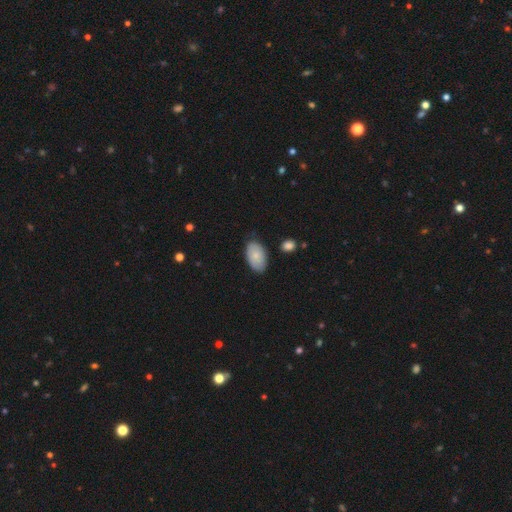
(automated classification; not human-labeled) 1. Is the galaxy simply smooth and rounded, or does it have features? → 80% smooth, 14% featured or disk, 6% star or artifact.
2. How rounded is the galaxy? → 94% in between, 5% round, 1% cigar-shaped.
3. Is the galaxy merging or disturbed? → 79% none, 16% minor disturbance, 3% major disturbance, 2% merger.